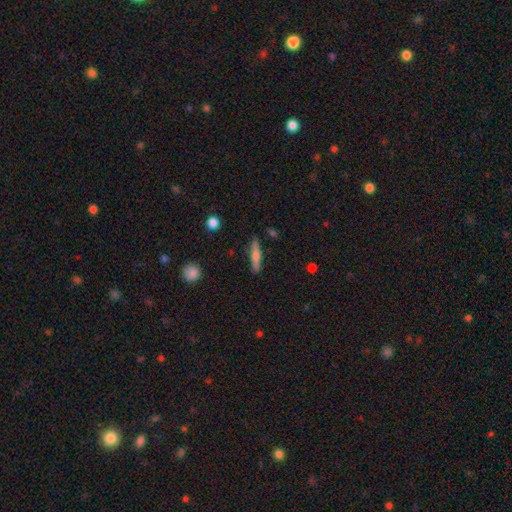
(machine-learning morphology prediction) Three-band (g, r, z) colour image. It shows a smooth galaxy with no disk features (54%) that is cigar-shaped (83%). Merging: none (87%).